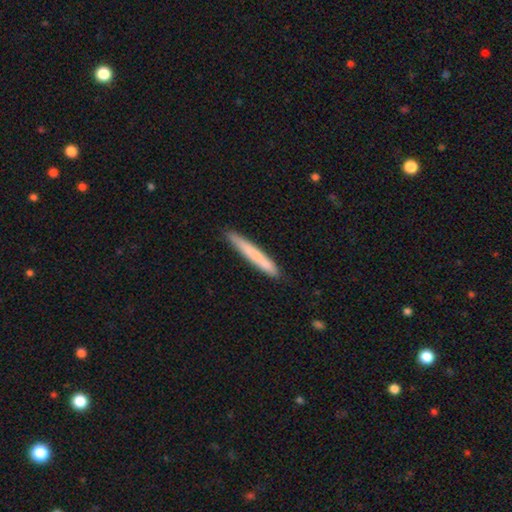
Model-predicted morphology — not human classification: type=smooth (73%); roundness=cigar-shaped (96%); merging=none (89%).